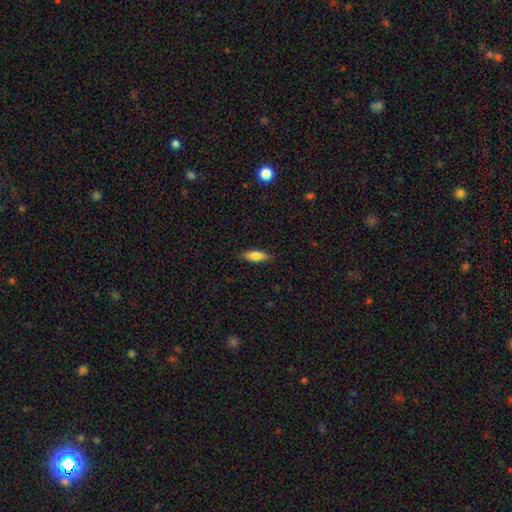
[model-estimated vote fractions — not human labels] This is clearly a smooth galaxy (80%). How rounded: possibly in between (57%). Merging: clearly none (87%).